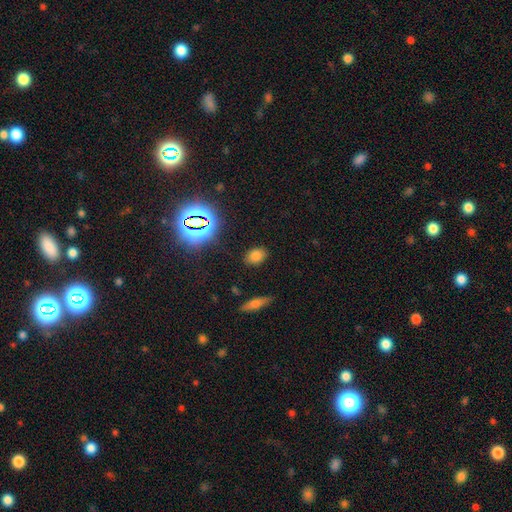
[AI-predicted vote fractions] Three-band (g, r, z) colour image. It shows a smooth galaxy with no disk features (74%) that is in between round and cigar-shaped (72%). Merging: none (84%).